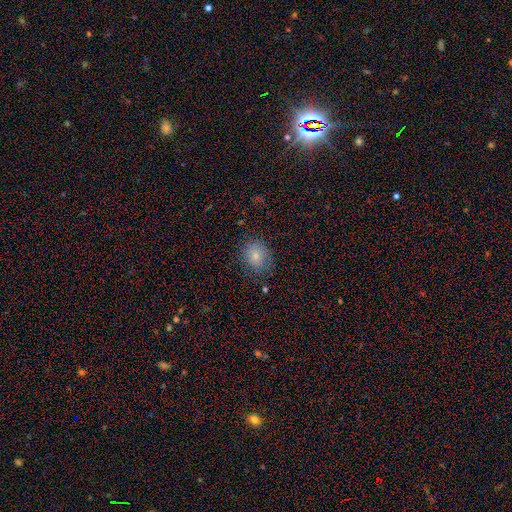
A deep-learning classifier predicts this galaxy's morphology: Smooth or featured? smooth (78%)
How rounded? round (60%)
Merging? none (78%)